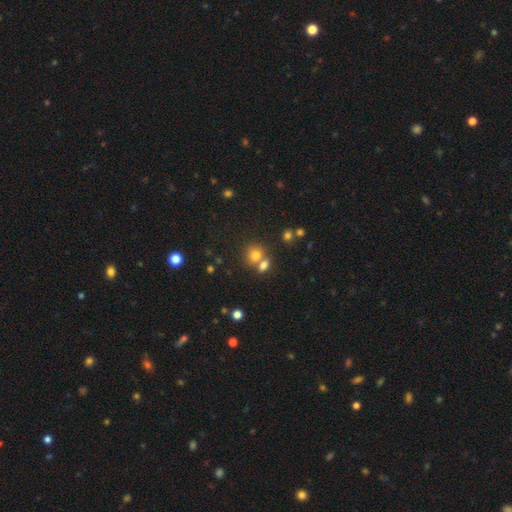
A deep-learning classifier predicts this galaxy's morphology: The model was most divided on "merging": none: 46%, merger: 43%, minor disturbance: 8%, major disturbance: 4%. More confident: smooth or featured — smooth (75%); how rounded — round (72%).